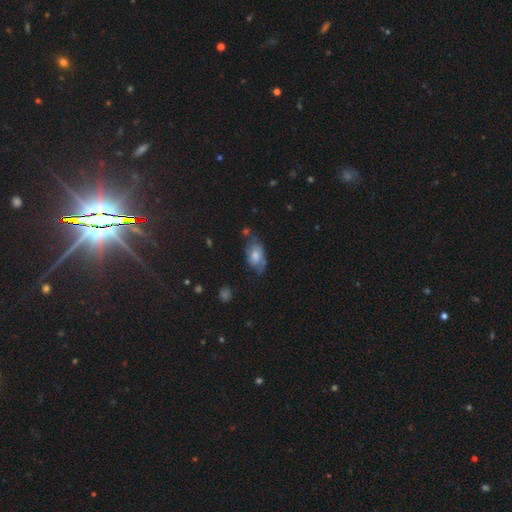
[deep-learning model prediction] smooth 54%, featured or disk 37%, star or artifact 9%. Down the decision tree: how rounded — in between (90%); merging — none (49%).